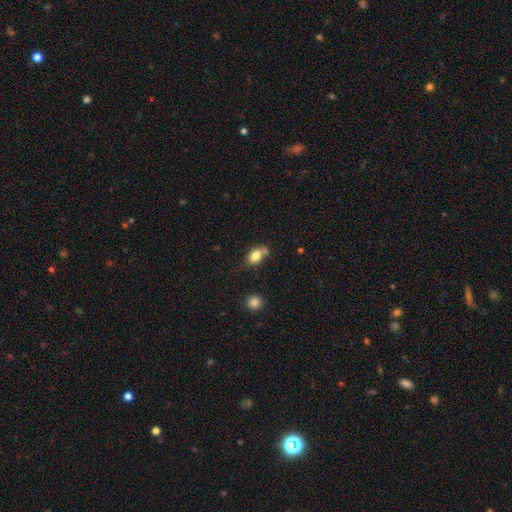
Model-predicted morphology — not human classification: Overall: smooth (80%). How rounded: in between (74%). Merging: none (52%; minor disturbance 24%).